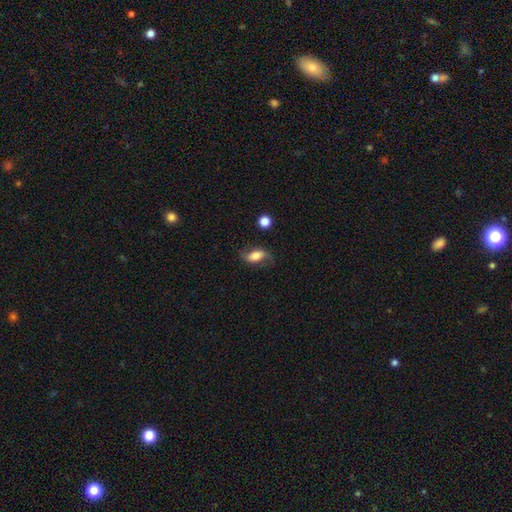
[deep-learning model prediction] smooth_or_featured: smooth (p=0.53) [alt: featured or disk p=0.38]
how_rounded: in between (p=0.82) [alt: round p=0.10]
merging: none (p=0.65) [alt: minor disturbance p=0.22]